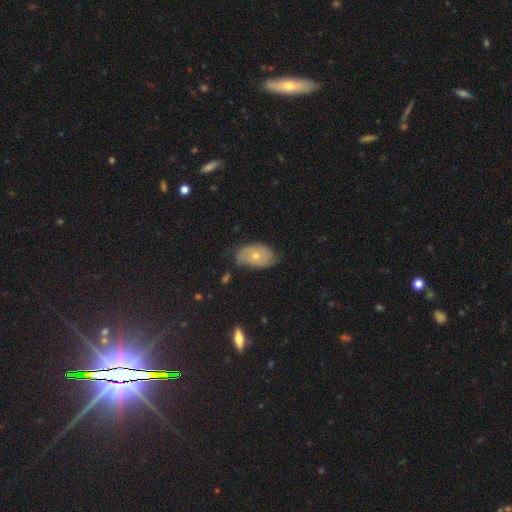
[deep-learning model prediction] This is possibly a smooth galaxy (57%). How rounded: clearly in between (90%). Merging: likely none (62%).